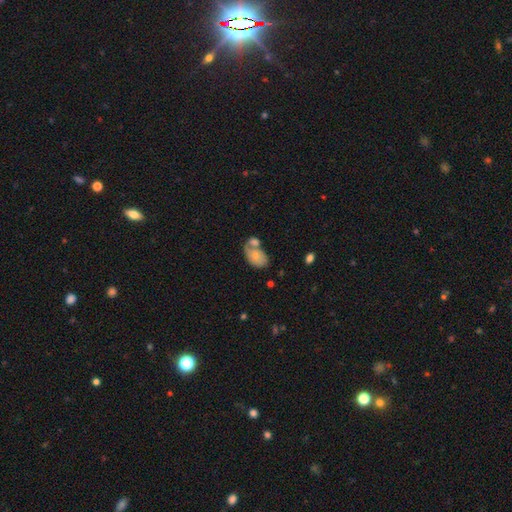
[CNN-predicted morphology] This appears to be a smooth galaxy with no disk features (70%) that is in between round and cigar-shaped (89%). Merging: merger (42%).